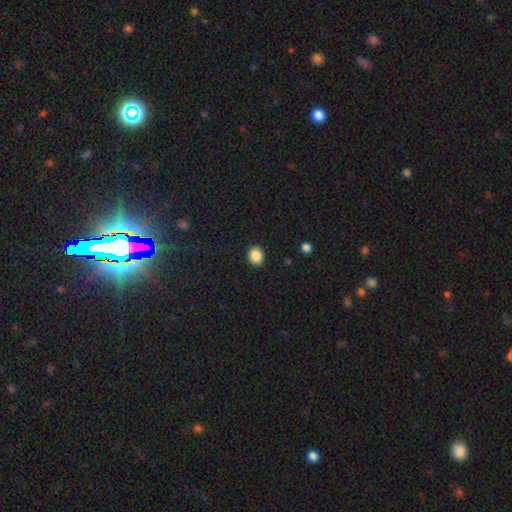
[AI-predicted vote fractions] Smooth or featured? Predicted: smooth (p=0.87). How rounded? Predicted: round (p=0.73). Merging? Predicted: none (p=0.92).